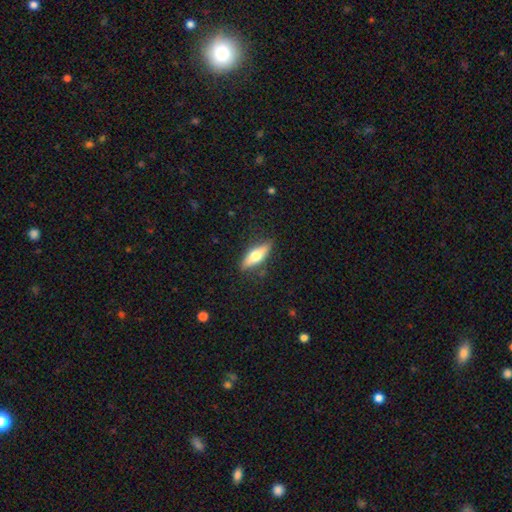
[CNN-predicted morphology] smooth_or_featured: smooth (p=0.58) [alt: featured or disk p=0.36]
how_rounded: in between (p=0.53) [alt: cigar-shaped p=0.45]
merging: none (p=0.82) [alt: minor disturbance p=0.13]